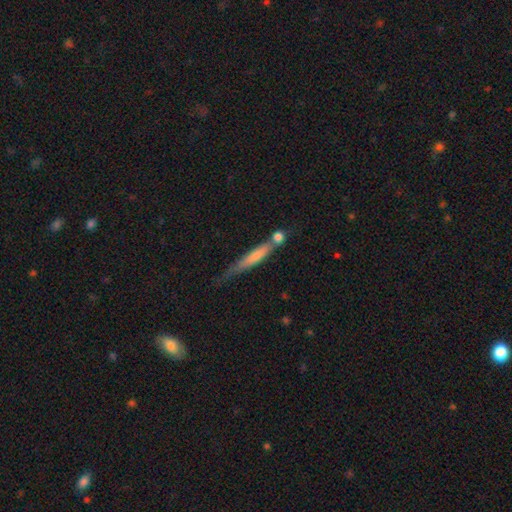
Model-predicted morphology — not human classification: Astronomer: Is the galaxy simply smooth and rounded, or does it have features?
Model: smooth — 56% (runner-up: featured or disk, 38%).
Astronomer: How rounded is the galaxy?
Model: cigar-shaped — 91%.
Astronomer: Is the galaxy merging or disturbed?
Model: none — 50%.